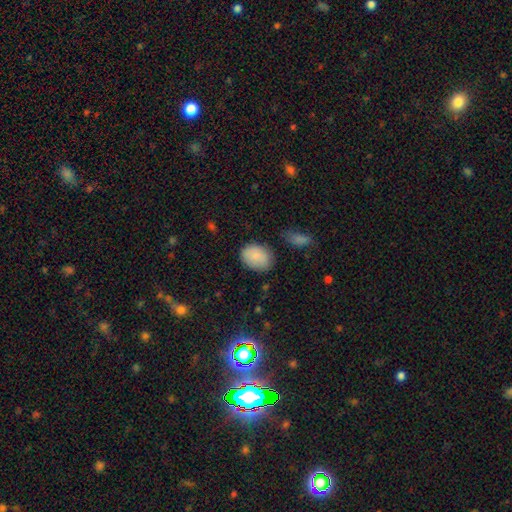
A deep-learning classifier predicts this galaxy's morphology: A smooth galaxy with no disk features (86%) that is in between round and cigar-shaped (72%).

Vote fractions:
- Smooth or featured? smooth: 86% / star or artifact: 7% / featured or disk: 7%
- How rounded? in between: 72% / round: 27% / cigar-shaped: 1%
- Merging? none: 73% / minor disturbance: 19% / major disturbance: 4% / merger: 3%